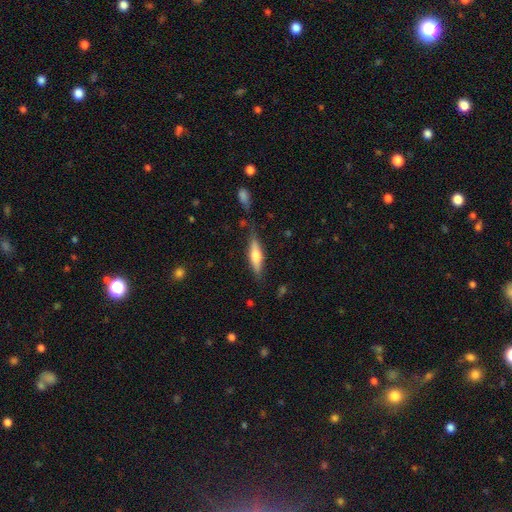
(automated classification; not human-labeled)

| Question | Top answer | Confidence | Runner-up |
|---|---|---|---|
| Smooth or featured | smooth | 48% | featured or disk (46%) |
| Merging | none | 77% | minor disturbance (15%) |